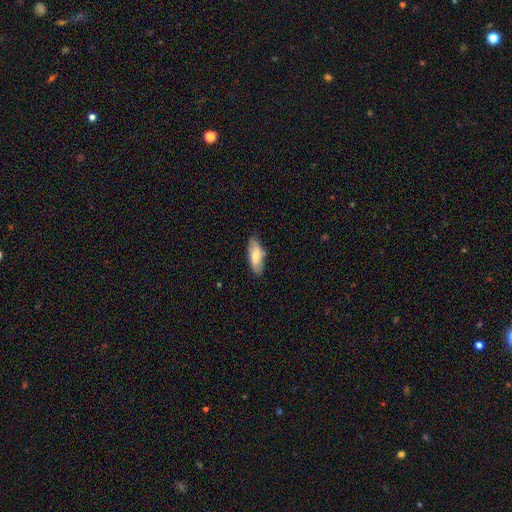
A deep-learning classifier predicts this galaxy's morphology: This is likely a smooth galaxy (68%). How rounded: likely in between (77%). Merging: likely none (76%).